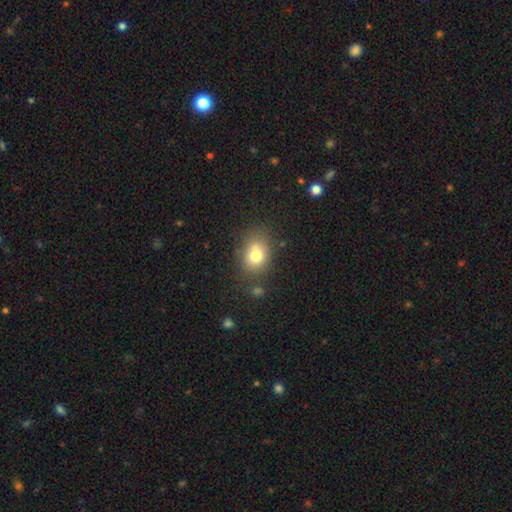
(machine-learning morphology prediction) Smooth or featured?
  - smooth: 74% *
  - featured or disk: 15%
  - star or artifact: 11%
How rounded?
  - in between: 51% *
  - round: 48%
  - cigar-shaped: 1%
Merging?
  - none: 59% *
  - merger: 18%
  - minor disturbance: 17%
  - major disturbance: 6%